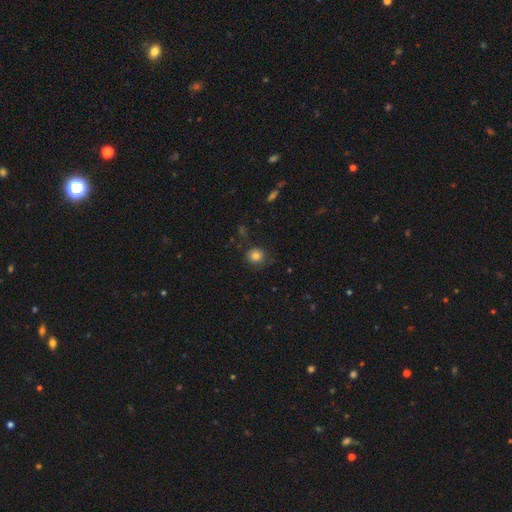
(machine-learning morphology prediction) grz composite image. It shows a smooth galaxy with no disk features (81%) that is round (87%). Merging: none (81%).